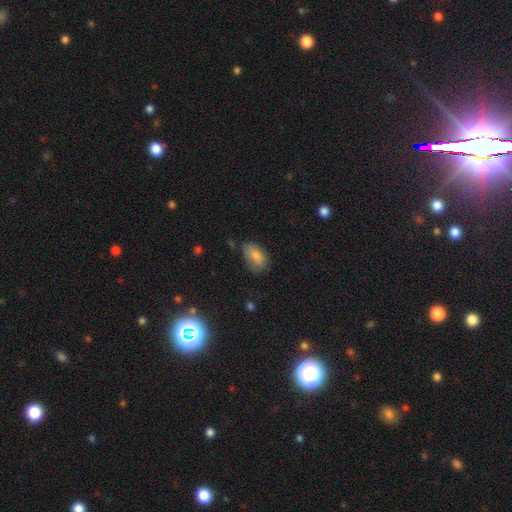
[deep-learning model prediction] Morphology: type=smooth (82%); roundness=in between (92%); merging=none (62%).